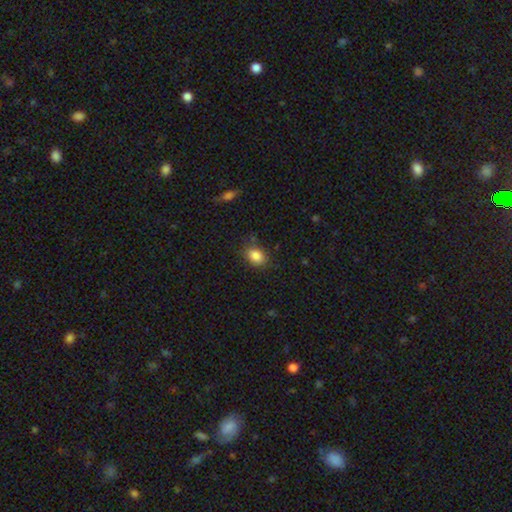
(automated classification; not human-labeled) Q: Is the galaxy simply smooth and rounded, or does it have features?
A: smooth — 86%.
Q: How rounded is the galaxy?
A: in between — 66%.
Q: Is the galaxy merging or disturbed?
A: none — 80%.